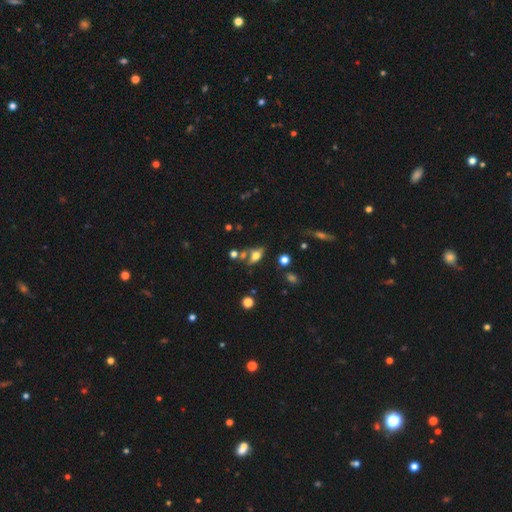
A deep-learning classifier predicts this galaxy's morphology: This is possibly a smooth galaxy (48%). Merging: possibly none (57%).